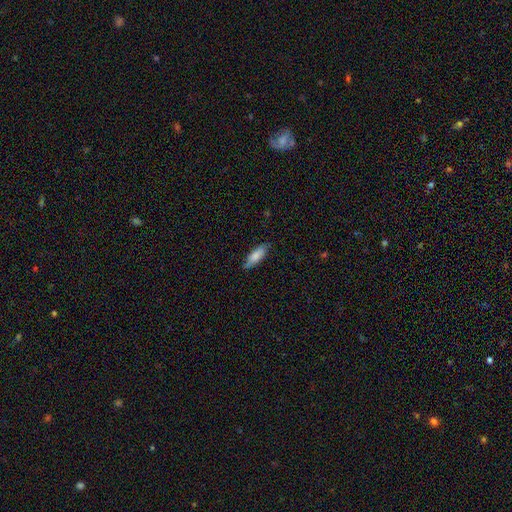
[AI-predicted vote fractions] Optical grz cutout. It shows a smooth galaxy with no disk features (76%) that is in between round and cigar-shaped (57%). Merging: none (77%).